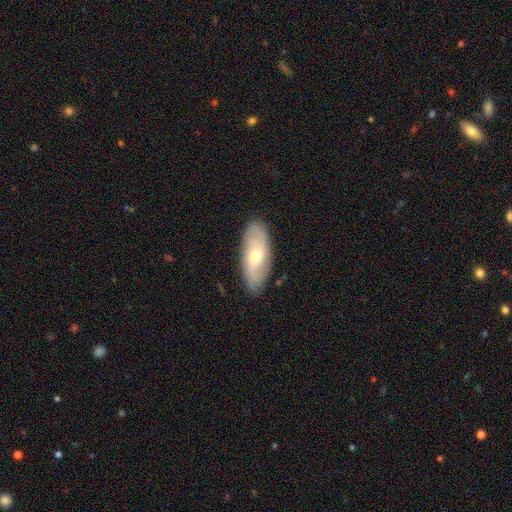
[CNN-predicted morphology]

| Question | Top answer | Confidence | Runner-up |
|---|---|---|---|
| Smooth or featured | featured or disk | 64% | smooth (29%) |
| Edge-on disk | no | 86% | yes (14%) |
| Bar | no | 61% | weak (31%) |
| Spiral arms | yes | 82% | no (18%) |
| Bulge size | moderate | 58% | small (37%) |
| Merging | none | 84% | minor disturbance (12%) |